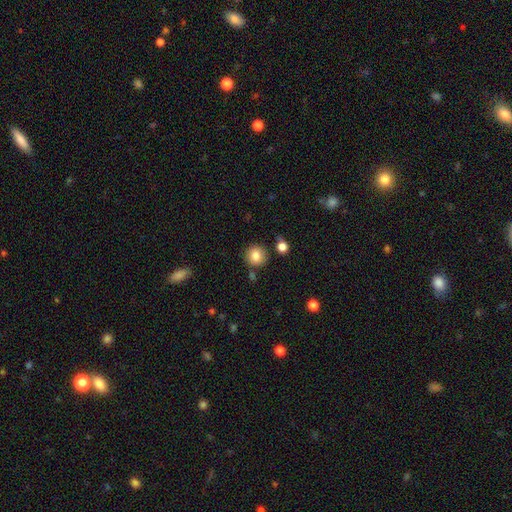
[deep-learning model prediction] Morphology: type=smooth (84%); roundness=round (91%); merging=none (83%).